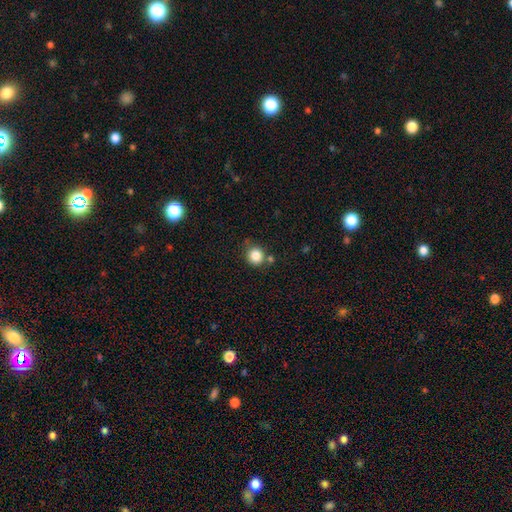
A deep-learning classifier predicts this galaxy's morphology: This is clearly a smooth galaxy (84%). How rounded: clearly round (91%). Merging: likely none (73%).